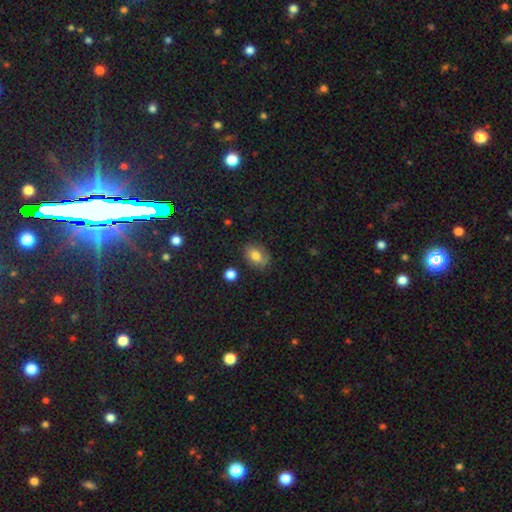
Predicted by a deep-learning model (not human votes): Smooth or featured? Predicted: smooth (p=0.78). How rounded? Predicted: in between (p=0.78). Merging? Predicted: none (p=0.78).